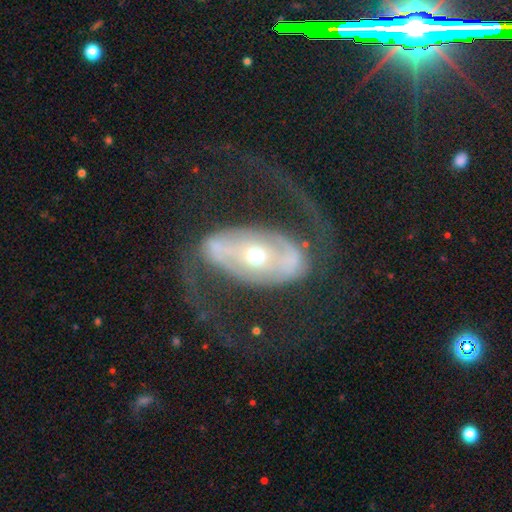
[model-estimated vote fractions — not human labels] This is clearly a featured or disk galaxy (89%). It is clearly not viewed edge-on (95%). Bar: possibly strong (50%). Spiral arm pattern: clearly yes (91%). Spiral arm count: clearly 2 (93%). Spiral winding: marginally medium (45%). Central bulge: possibly moderate (55%). Merging: likely none (70%).